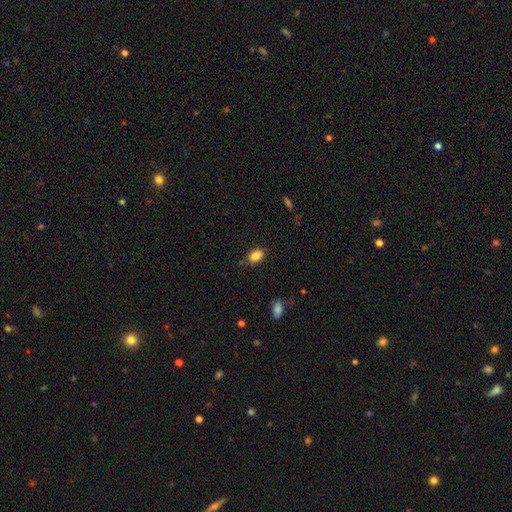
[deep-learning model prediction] Overall: smooth (86%). How rounded: in between (88%). Merging: none (81%).